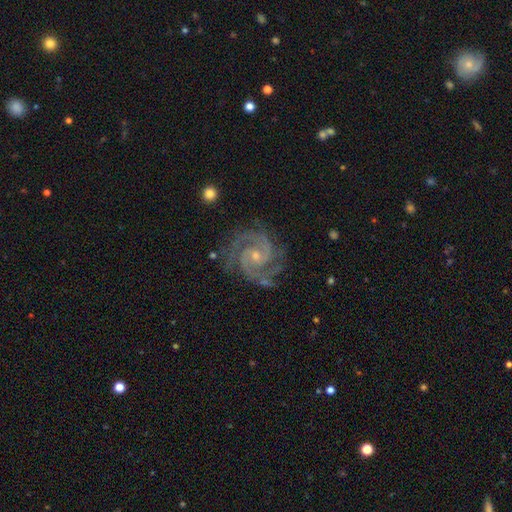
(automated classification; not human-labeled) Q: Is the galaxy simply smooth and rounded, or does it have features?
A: featured or disk — 93%.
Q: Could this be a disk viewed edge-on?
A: no — 98%.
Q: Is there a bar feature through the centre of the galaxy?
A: no — 59%.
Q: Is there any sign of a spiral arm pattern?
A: yes — 99%.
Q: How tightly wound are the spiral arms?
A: tight — 56%.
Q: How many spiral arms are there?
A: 2 — 65%.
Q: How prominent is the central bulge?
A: small — 69%.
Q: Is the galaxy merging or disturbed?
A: none — 76%.